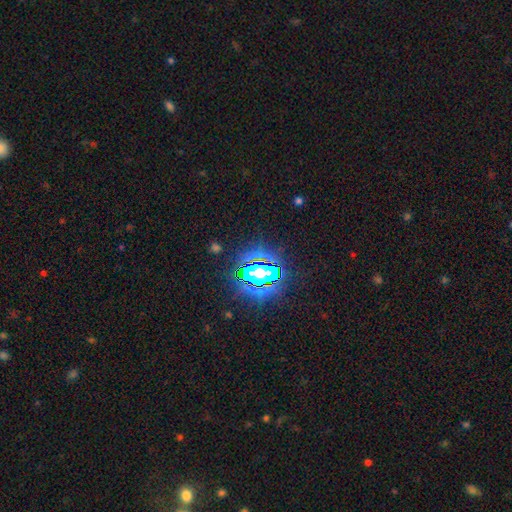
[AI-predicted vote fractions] This appears to be a star or artifact, not a galaxy (82%).